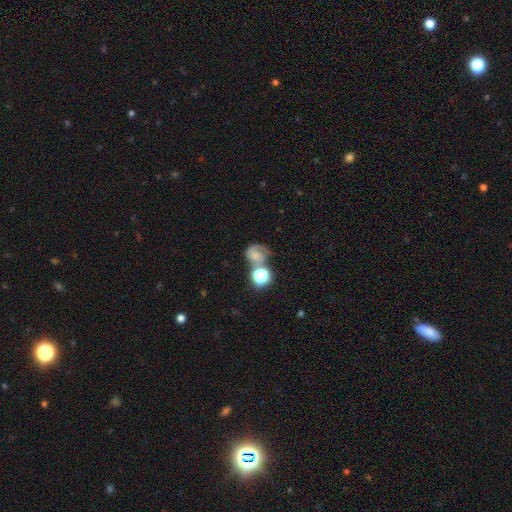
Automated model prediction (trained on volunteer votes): A smooth galaxy with no disk features (48%). Merging: none (39%).